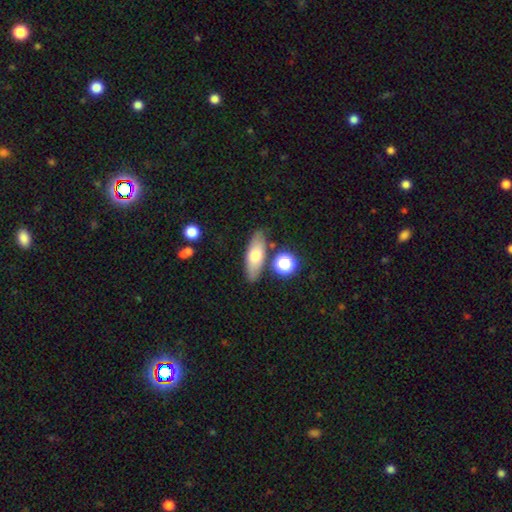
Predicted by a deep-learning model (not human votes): A smooth galaxy with no disk features (64%) that is in between round and cigar-shaped (61%). Merging: none (81%).